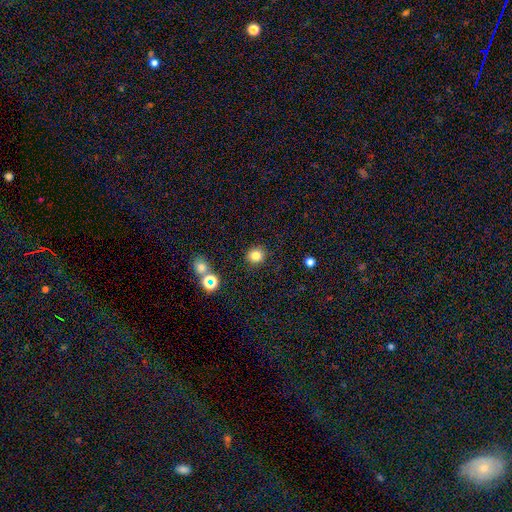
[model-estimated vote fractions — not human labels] Smooth or featured? smooth (79%)
How rounded? round (87%)
Merging? none (87%)